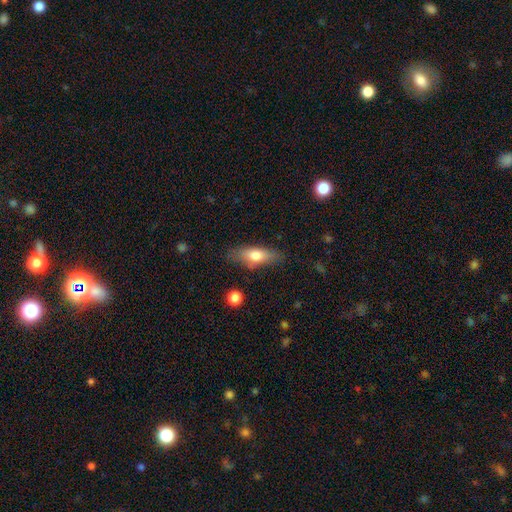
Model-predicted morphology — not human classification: The model was most divided on "how rounded": in between: 64%, cigar-shaped: 33%, round: 3%. More confident: merging — none (72%); smooth or featured — smooth (69%).